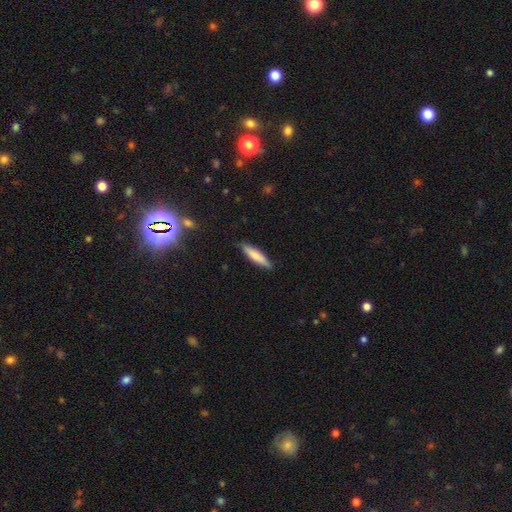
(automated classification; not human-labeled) smooth-or-featured: smooth: 76% | featured or disk: 18% | star or artifact: 6%
  how-rounded: cigar-shaped: 79% | in between: 20% | round: 1%
  merging: none: 86% | minor disturbance: 11% | major disturbance: 2% | merger: 1%